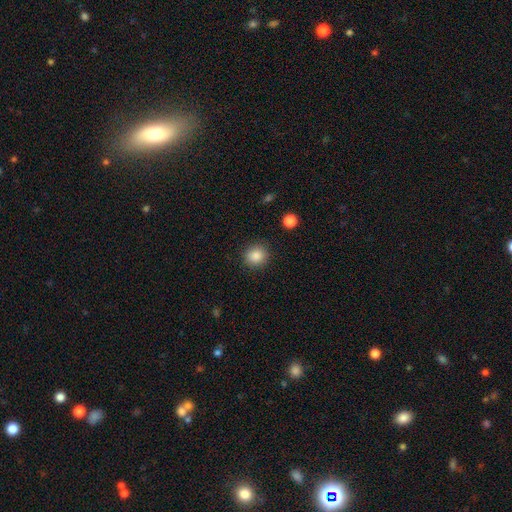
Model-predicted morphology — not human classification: Smooth or featured: smooth — 86% (star or artifact — 10%)
How rounded: round — 86% (in between — 13%)
Merging: none — 88% (minor disturbance — 8%)